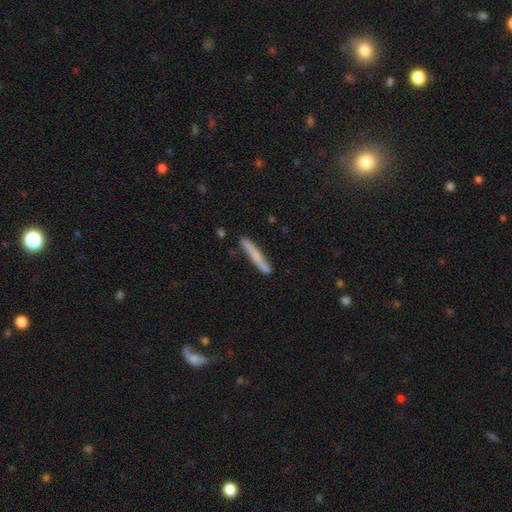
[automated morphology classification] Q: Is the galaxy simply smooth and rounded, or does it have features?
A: smooth — 60%.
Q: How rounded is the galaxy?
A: cigar-shaped — 95%.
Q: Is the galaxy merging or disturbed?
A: none — 79%.